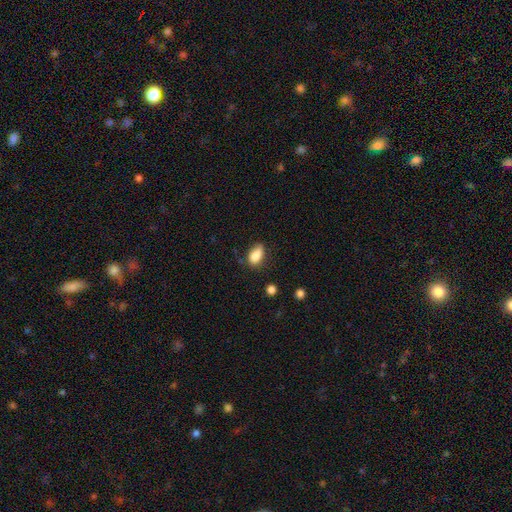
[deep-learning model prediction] This is clearly a smooth galaxy (85%). How rounded: clearly in between (88%). Merging: possibly none (59%).